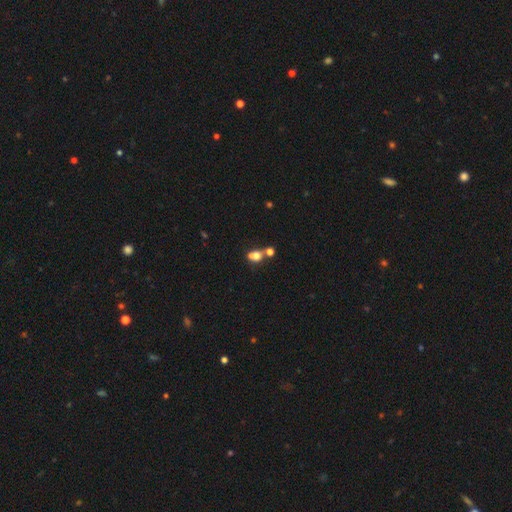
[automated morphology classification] Q: Smooth or featured?
A: smooth (71%); runner-up: featured or disk (15%)
Q: How rounded?
A: round (59%); runner-up: in between (39%)
Q: Merging?
A: merger (54%); runner-up: none (31%)